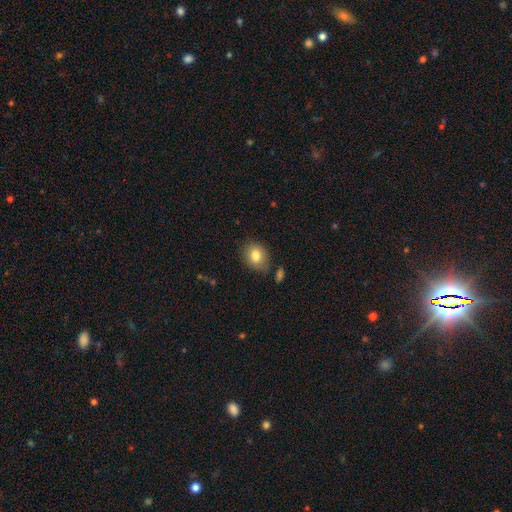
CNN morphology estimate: Smooth or featured?
  - smooth: 81% *
  - featured or disk: 9%
  - star or artifact: 9%
How rounded?
  - round: 52% *
  - in between: 47%
  - cigar-shaped: 1%
Merging?
  - none: 79% *
  - minor disturbance: 14%
  - merger: 4%
  - major disturbance: 3%